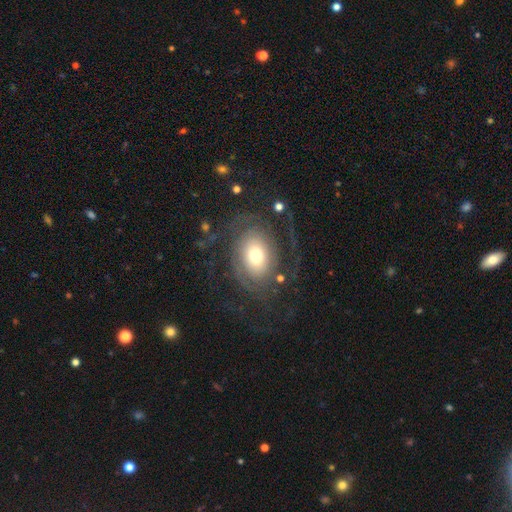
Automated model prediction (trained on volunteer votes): Smooth or featured?
  - featured or disk: 71% *
  - smooth: 22%
  - star or artifact: 7%
Edge-on disk?
  - no: 96% *
  - yes: 4%
Bar?
  - no: 77% *
  - weak: 17%
  - strong: 6%
Spiral arms?
  - yes: 83% *
  - no: 17%
Spiral winding?
  - tight: 42% *
  - medium: 34%
  - loose: 24%
Spiral arm count?
  - 2: 47% *
  - can't tell: 23%
  - 3: 10%
  - 1: 10%
  - 4: 5%
  - more than 4: 5%
Bulge size?
  - moderate: 55% *
  - large: 23%
  - small: 16%
  - dominant: 5%
  - none: 1%
Merging?
  - none: 61% *
  - major disturbance: 23%
  - minor disturbance: 14%
  - merger: 2%